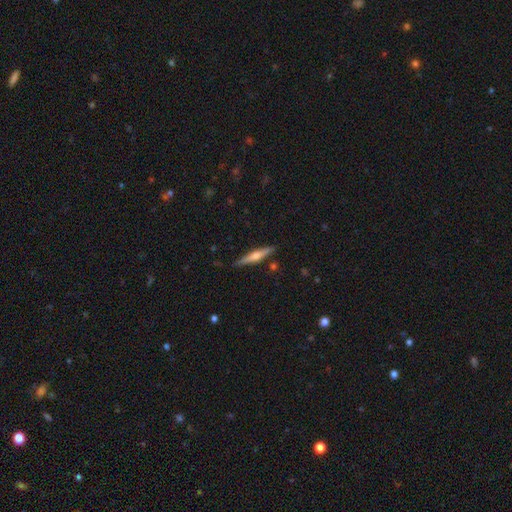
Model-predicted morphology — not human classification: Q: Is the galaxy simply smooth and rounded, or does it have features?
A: featured or disk — 60%.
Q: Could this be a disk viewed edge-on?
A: yes — 97%.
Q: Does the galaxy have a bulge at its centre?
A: rounded — 84%.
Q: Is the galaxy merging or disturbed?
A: none — 87%.